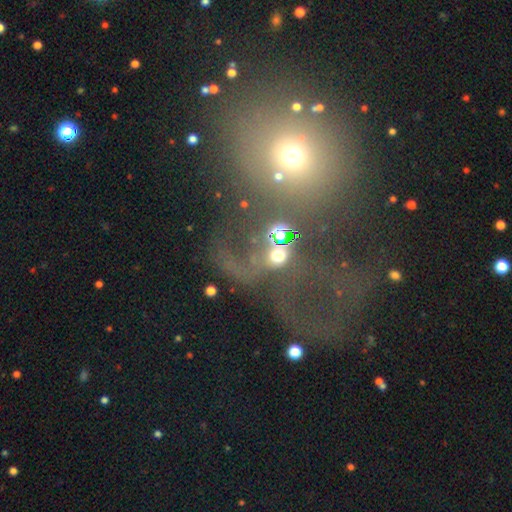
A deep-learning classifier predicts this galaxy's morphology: Smooth or featured: star or artifact — 40% (smooth — 36%)